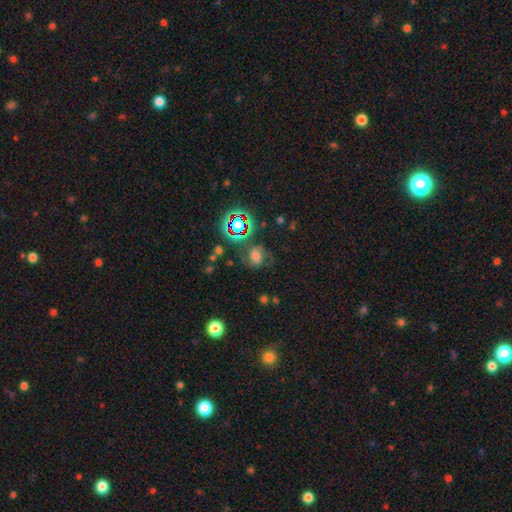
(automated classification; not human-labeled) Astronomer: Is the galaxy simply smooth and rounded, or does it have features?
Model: smooth — 41% (runner-up: featured or disk, 34%).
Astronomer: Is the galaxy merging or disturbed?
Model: none — 60%.